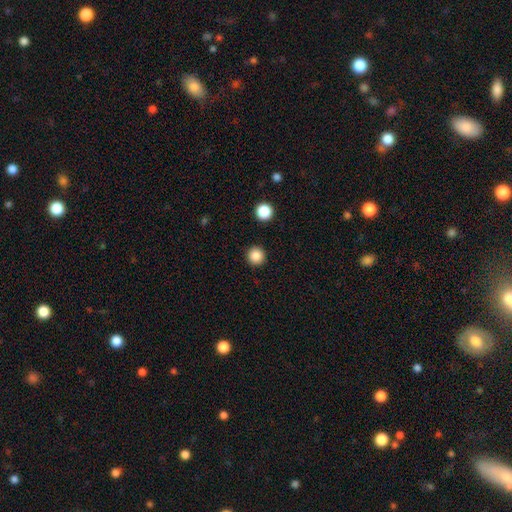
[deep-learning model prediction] Q: Smooth or featured?
A: smooth (85%); runner-up: star or artifact (11%)
Q: How rounded?
A: round (96%); runner-up: in between (3%)
Q: Merging?
A: none (92%); runner-up: minor disturbance (4%)